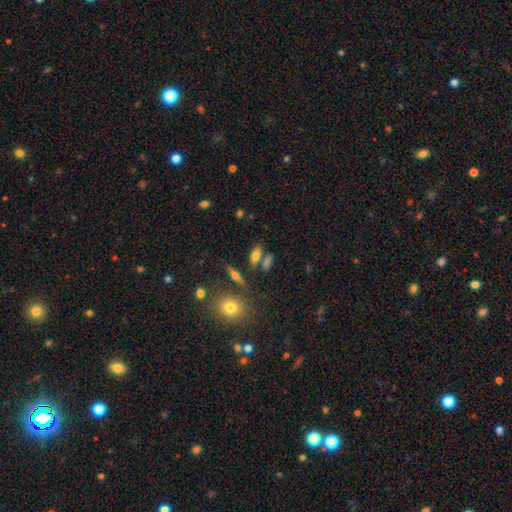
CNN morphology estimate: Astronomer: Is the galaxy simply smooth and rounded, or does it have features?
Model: smooth — 68%.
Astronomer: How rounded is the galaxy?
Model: in between — 70%.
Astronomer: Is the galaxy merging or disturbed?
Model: none — 67%.